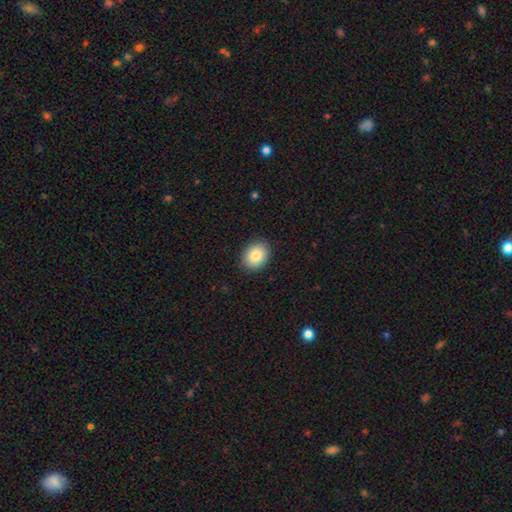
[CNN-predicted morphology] A smooth galaxy with no disk features (85%) that is in between round and cigar-shaped (52%).

Vote fractions:
- Smooth or featured? smooth: 85% / star or artifact: 8% / featured or disk: 7%
- How rounded? in between: 52% / round: 47% / cigar-shaped: 1%
- Merging? none: 89% / minor disturbance: 8% / major disturbance: 2% / merger: 1%